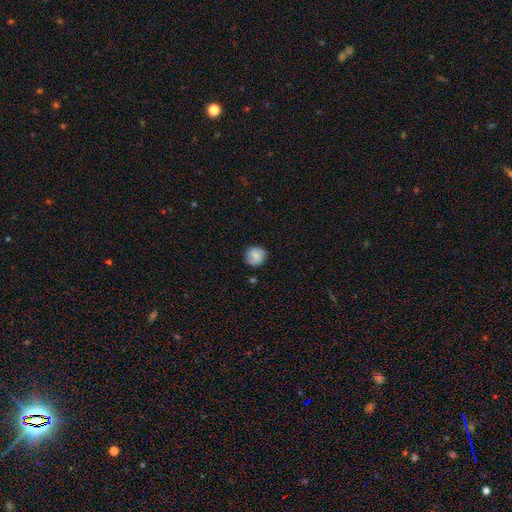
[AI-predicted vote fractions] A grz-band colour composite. It shows a smooth galaxy with no disk features (71%) that is round (88%). Merging: none (81%).